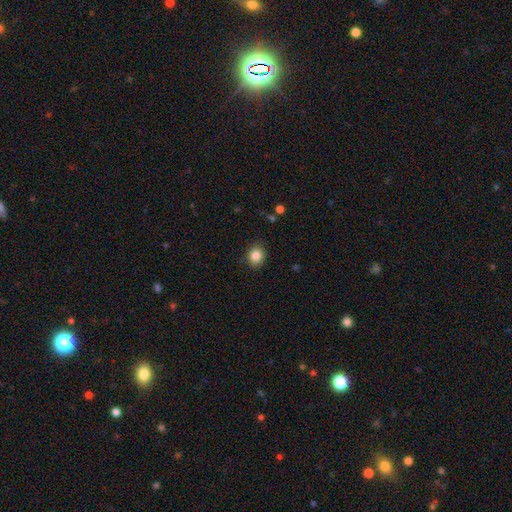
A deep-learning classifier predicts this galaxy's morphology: Smooth or featured?
  - smooth: 85% *
  - star or artifact: 10%
  - featured or disk: 5%
How rounded?
  - round: 67% *
  - in between: 32%
  - cigar-shaped: 1%
Merging?
  - none: 88% *
  - minor disturbance: 9%
  - major disturbance: 2%
  - merger: 1%